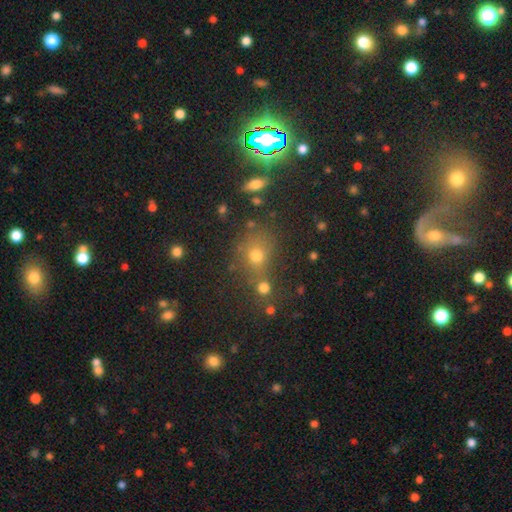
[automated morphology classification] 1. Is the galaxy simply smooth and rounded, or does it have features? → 64% smooth, 24% star or artifact, 12% featured or disk.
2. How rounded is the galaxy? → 70% round, 28% in between, 2% cigar-shaped.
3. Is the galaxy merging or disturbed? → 58% none, 24% merger, 12% minor disturbance, 6% major disturbance.